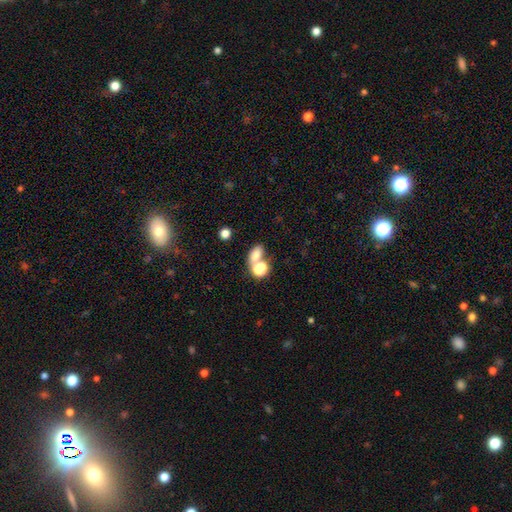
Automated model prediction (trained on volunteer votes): This is likely a smooth galaxy (75%). How rounded: likely in between (70%). Merging: marginally merger (44%).